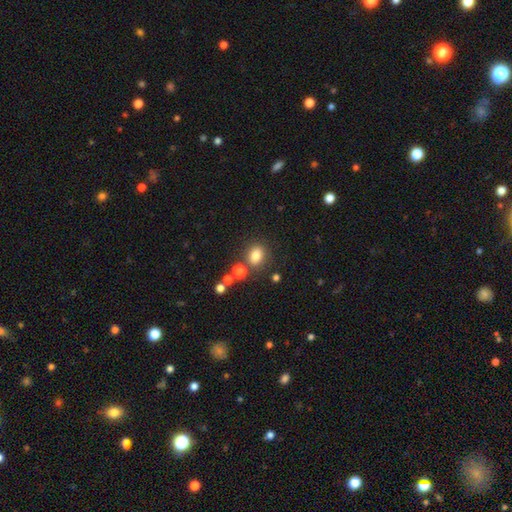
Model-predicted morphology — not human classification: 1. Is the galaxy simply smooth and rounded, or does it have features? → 81% smooth, 12% star or artifact, 7% featured or disk.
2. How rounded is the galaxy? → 50% round, 49% in between, 1% cigar-shaped.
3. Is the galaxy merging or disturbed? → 73% none, 12% minor disturbance, 11% merger, 4% major disturbance.